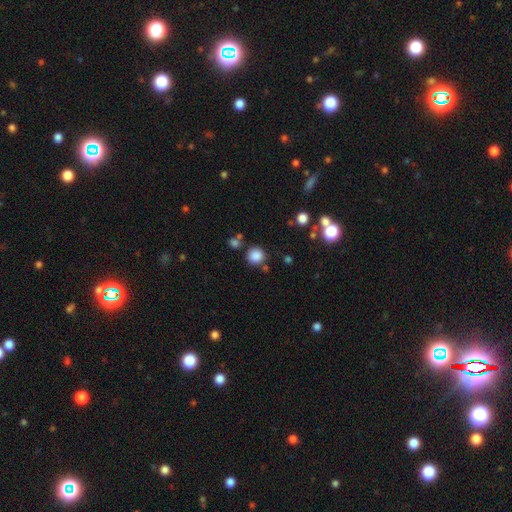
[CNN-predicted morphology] Smooth or featured?
  - smooth: 84% *
  - star or artifact: 12%
  - featured or disk: 4%
How rounded?
  - round: 92% *
  - in between: 7%
  - cigar-shaped: 1%
Merging?
  - none: 81% *
  - minor disturbance: 9%
  - merger: 7%
  - major disturbance: 3%